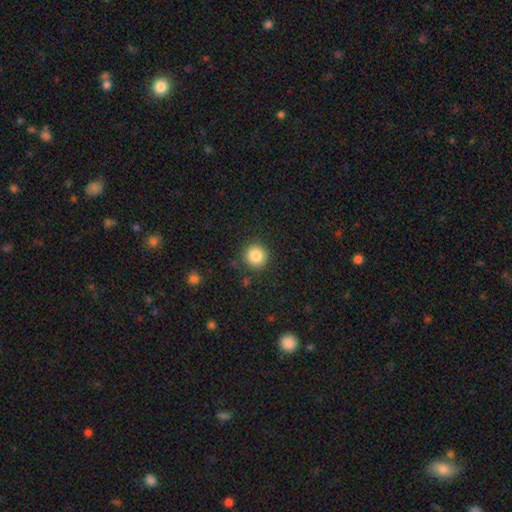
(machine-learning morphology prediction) smooth_or_featured: smooth (p=0.84) [alt: star or artifact p=0.10]
how_rounded: round (p=0.94) [alt: in between p=0.05]
merging: none (p=0.88) [alt: minor disturbance p=0.07]